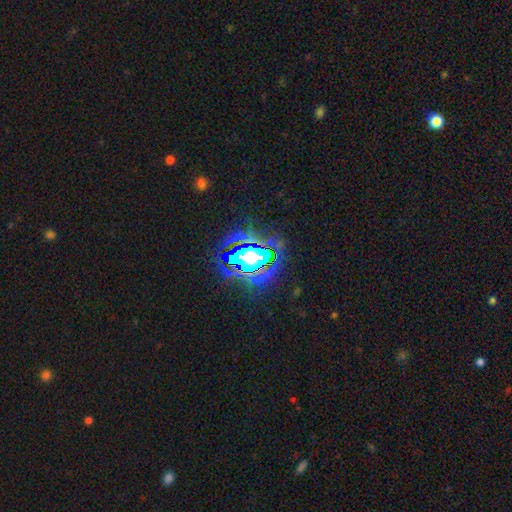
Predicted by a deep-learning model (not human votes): A star or artifact, not a galaxy (83%).